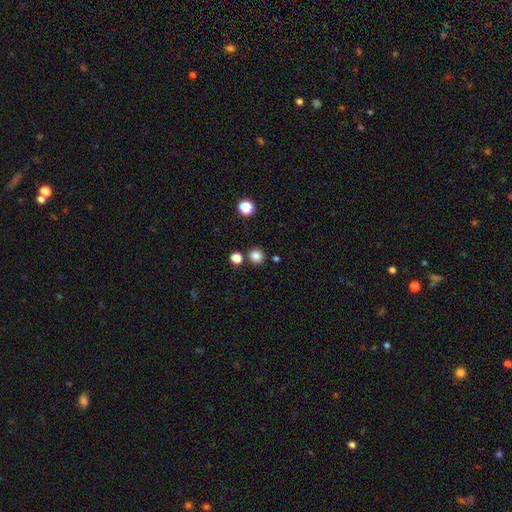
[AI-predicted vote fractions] Smooth or featured? smooth (83%)
How rounded? round (94%)
Merging? none (85%)